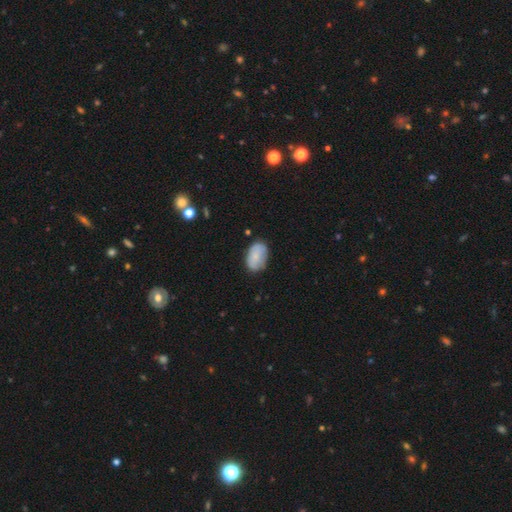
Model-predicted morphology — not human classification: A smooth galaxy with no disk features (77%) that is in between round and cigar-shaped (90%).

Vote fractions:
- Smooth or featured? smooth: 77% / featured or disk: 16% / star or artifact: 7%
- How rounded? in between: 90% / round: 9% / cigar-shaped: 1%
- Merging? none: 69% / minor disturbance: 24% / major disturbance: 5% / merger: 2%